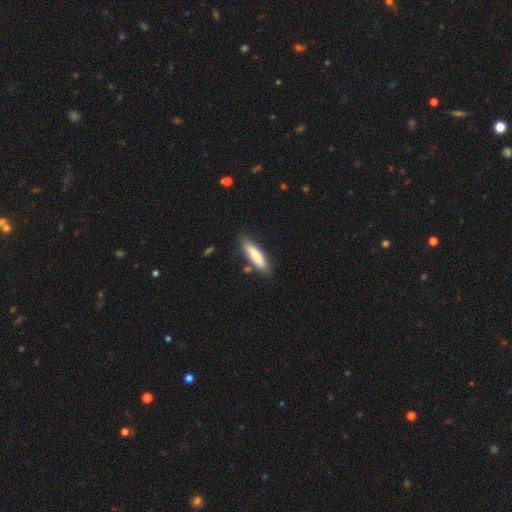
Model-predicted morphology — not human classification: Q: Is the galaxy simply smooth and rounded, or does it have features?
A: smooth — 75%.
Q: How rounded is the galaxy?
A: cigar-shaped — 71%.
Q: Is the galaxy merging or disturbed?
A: none — 80%.